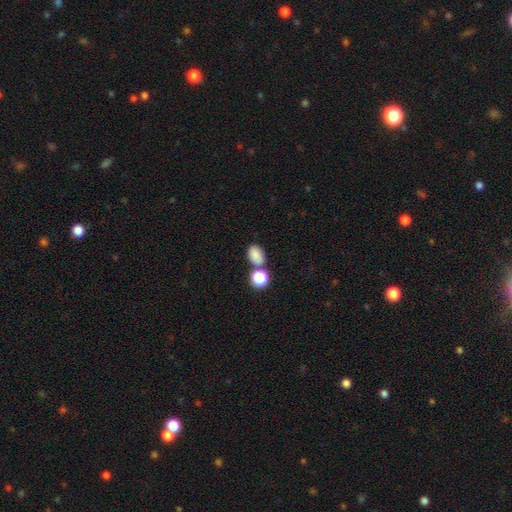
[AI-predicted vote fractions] Smooth or featured: smooth — 82% (star or artifact — 12%)
How rounded: in between — 78% (round — 21%)
Merging: none — 62% (merger — 22%)